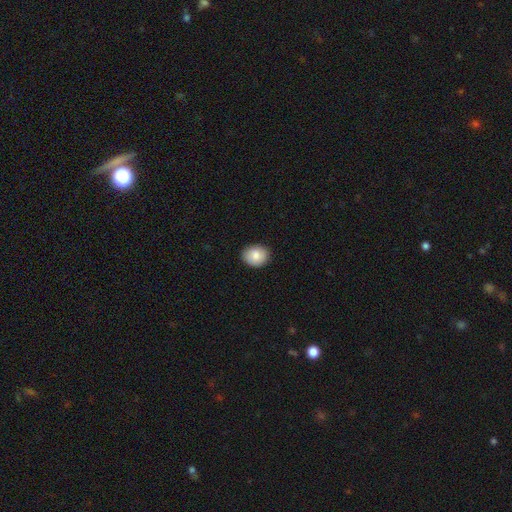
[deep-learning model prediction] This appears to be a smooth galaxy with no disk features (86%) that is round (51%). Merging: none (87%).